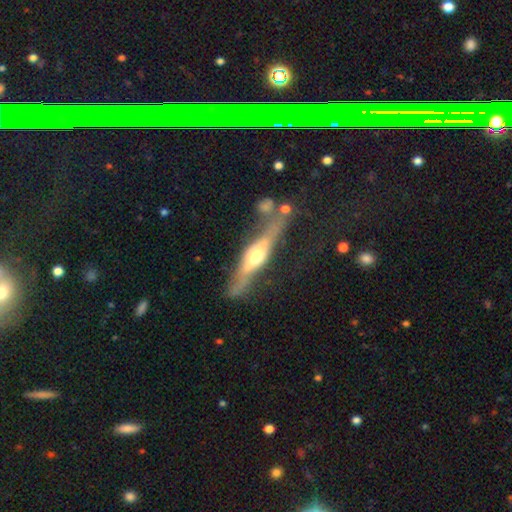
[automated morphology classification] smooth_or_featured: featured or disk (p=0.69) [alt: smooth p=0.25]
disk_edge_on: yes (p=0.85) [alt: no p=0.15]
edge_on_bulge: rounded (p=0.85) [alt: boxy p=0.09]
merging: none (p=0.52) [alt: minor disturbance p=0.22]